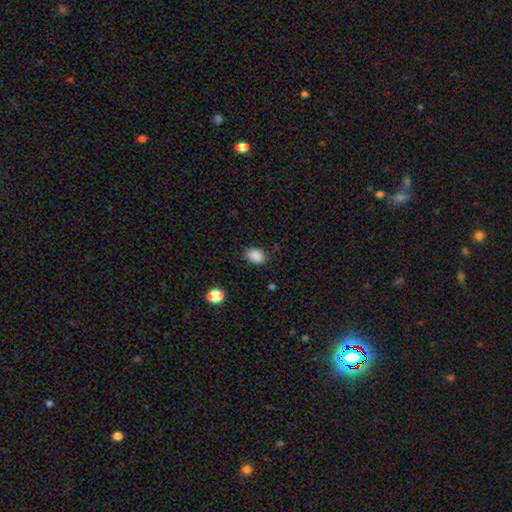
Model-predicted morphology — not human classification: Smooth or featured? Predicted: smooth (p=0.88). How rounded? Predicted: in between (p=0.72). Merging? Predicted: none (p=0.83).